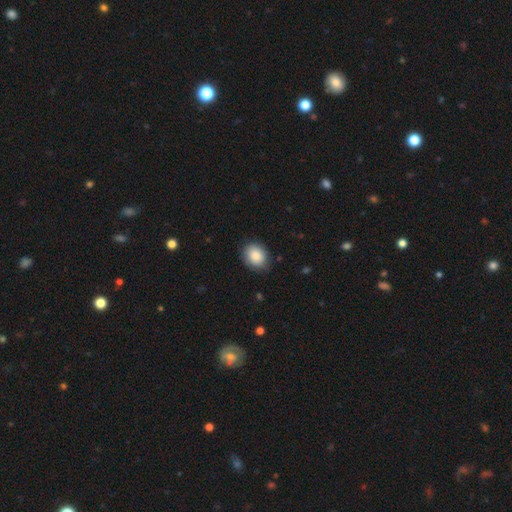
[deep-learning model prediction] A smooth galaxy with no disk features (87%) that is round (52%).

Vote fractions:
- Smooth or featured? smooth: 87% / star or artifact: 7% / featured or disk: 6%
- How rounded? round: 52% / in between: 47% / cigar-shaped: 1%
- Merging? none: 83% / minor disturbance: 13% / major disturbance: 3% / merger: 1%